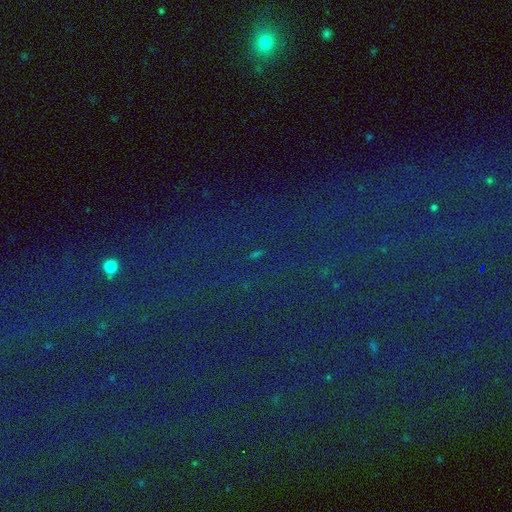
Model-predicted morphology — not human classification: Smooth or featured: star or artifact — 80% (smooth — 12%)